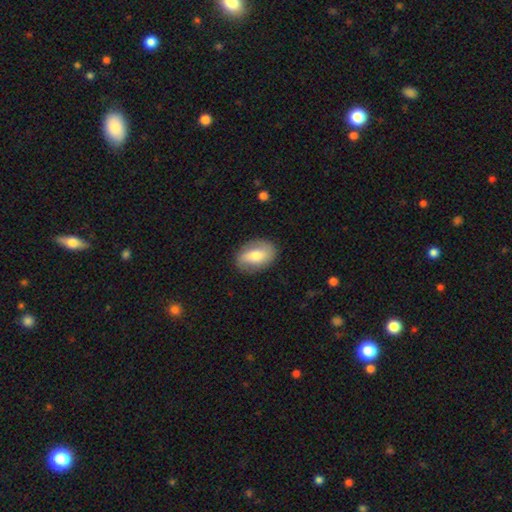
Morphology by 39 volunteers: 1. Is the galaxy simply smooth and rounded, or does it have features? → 54% featured or disk, 36% smooth, 10% star or artifact.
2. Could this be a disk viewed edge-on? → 86% no, 14% yes.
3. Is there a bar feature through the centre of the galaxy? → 44% strong, 33% no, 22% weak.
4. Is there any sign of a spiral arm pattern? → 78% yes, 22% no.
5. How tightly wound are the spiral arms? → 50% loose, 29% medium, 21% tight.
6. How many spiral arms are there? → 93% 2, 7% can't tell, 0% 1, 0% 3, 0% 4, 0% more than 4.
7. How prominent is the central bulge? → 78% moderate, 11% large, 6% small, 6% none, 0% dominant.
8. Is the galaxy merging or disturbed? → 94% none, 6% minor disturbance, 0% major disturbance, 0% merger.